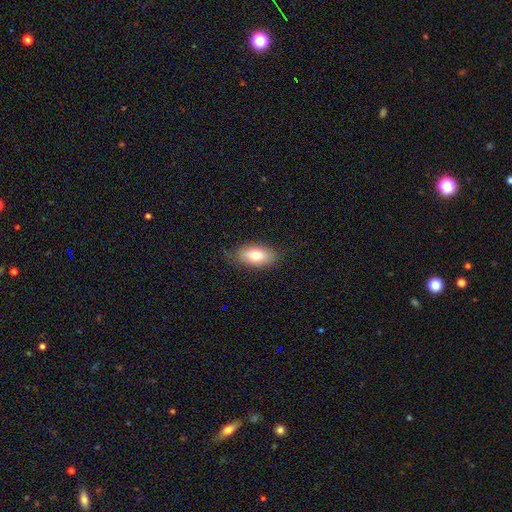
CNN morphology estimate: type=smooth (75%); roundness=in between (90%); merging=none (81%).